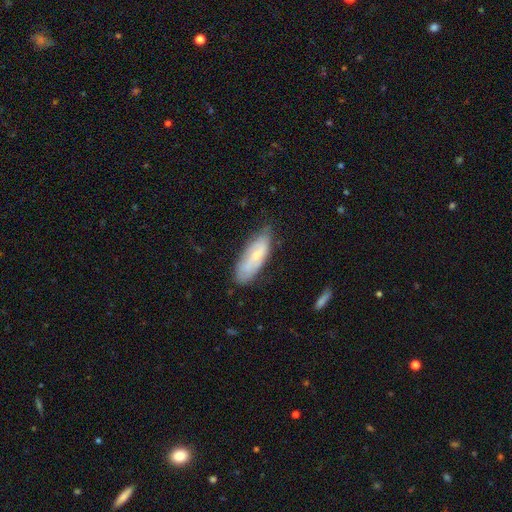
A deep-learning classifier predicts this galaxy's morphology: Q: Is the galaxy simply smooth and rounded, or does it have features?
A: smooth — 57%.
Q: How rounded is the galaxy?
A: in between — 64%.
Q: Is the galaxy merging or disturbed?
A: none — 66%.